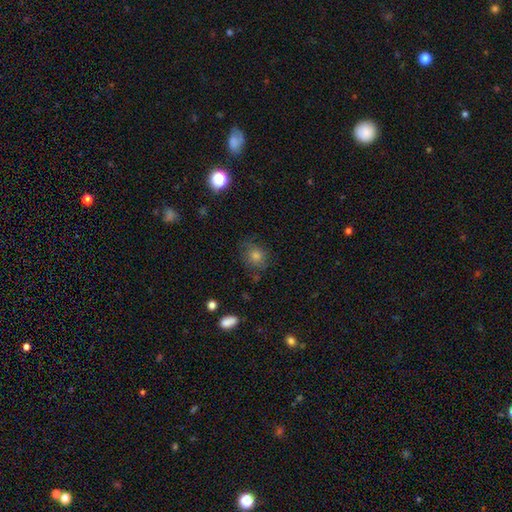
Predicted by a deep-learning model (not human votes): Smooth or featured?
  - smooth: 65% *
  - star or artifact: 20%
  - featured or disk: 15%
How rounded?
  - round: 73% *
  - in between: 26%
  - cigar-shaped: 1%
Merging?
  - none: 76% *
  - minor disturbance: 16%
  - major disturbance: 6%
  - merger: 2%